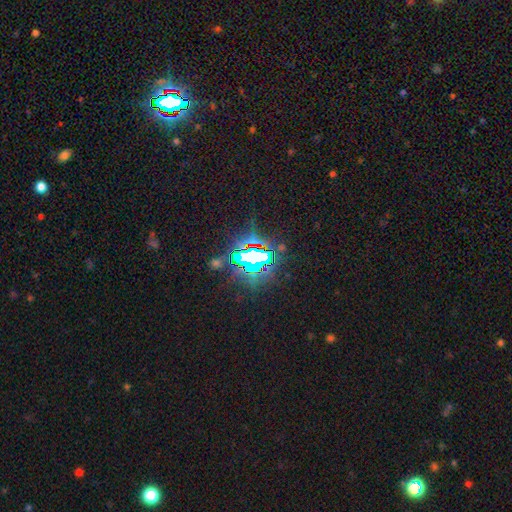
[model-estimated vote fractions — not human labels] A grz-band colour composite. It shows a star or artifact, not a galaxy (84%).